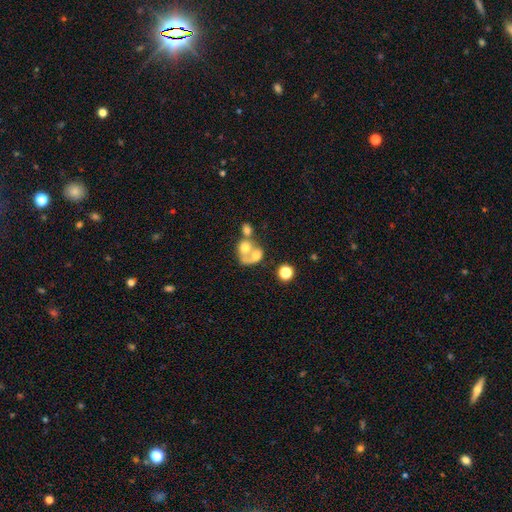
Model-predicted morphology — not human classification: type=smooth (54%); roundness=round (58%); merging=merger (67%).